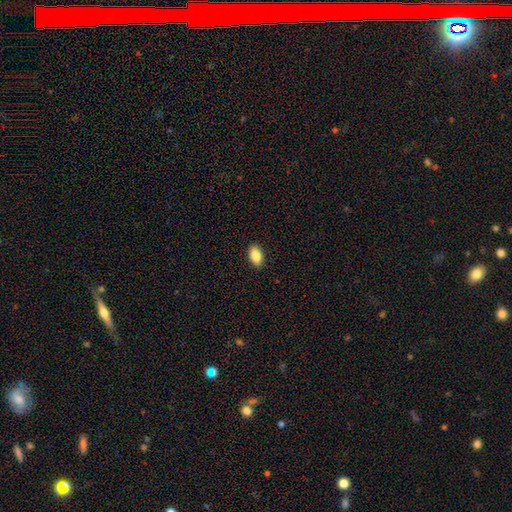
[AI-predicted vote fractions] A smooth galaxy with no disk features (85%) that is in between round and cigar-shaped (91%). Merging: none (90%).